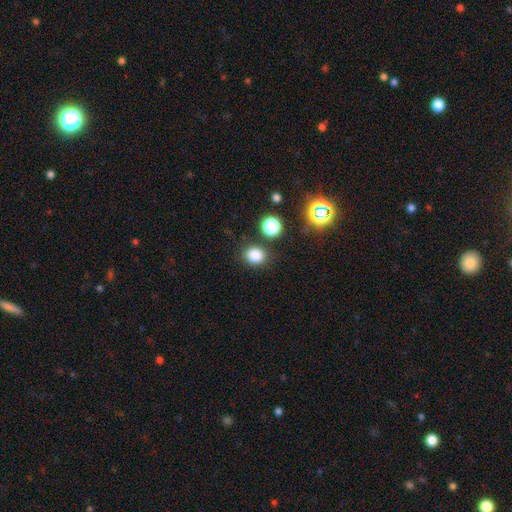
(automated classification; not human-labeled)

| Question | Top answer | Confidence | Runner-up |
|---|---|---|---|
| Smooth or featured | smooth | 81% | star or artifact (14%) |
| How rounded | round | 71% | in between (28%) |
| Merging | none | 83% | minor disturbance (10%) |